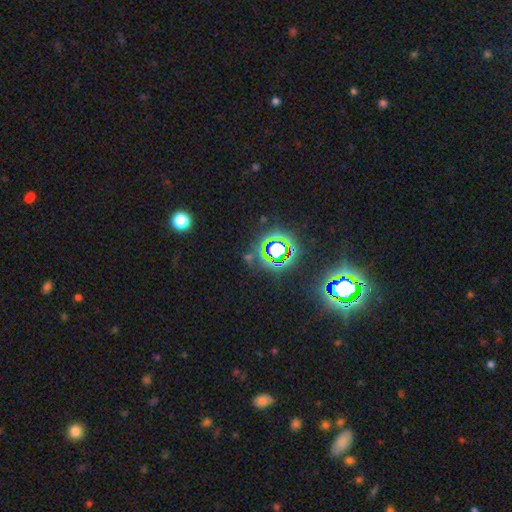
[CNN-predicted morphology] smooth-or-featured: star or artifact: 79% | smooth: 13% | featured or disk: 8%